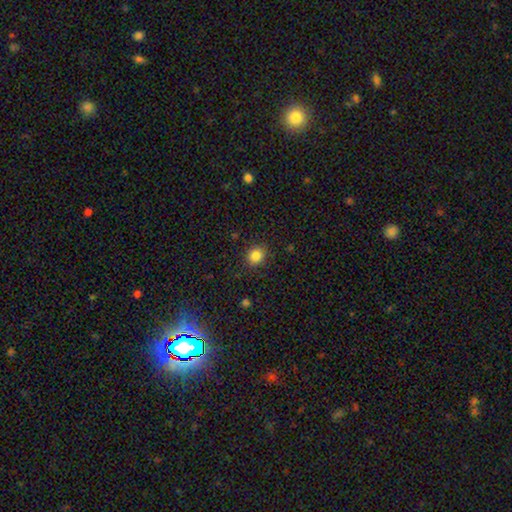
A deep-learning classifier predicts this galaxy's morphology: smooth-or-featured: smooth: 84% | star or artifact: 11% | featured or disk: 5%
  how-rounded: round: 76% | in between: 23% | cigar-shaped: 1%
  merging: none: 88% | minor disturbance: 8% | major disturbance: 3% | merger: 1%